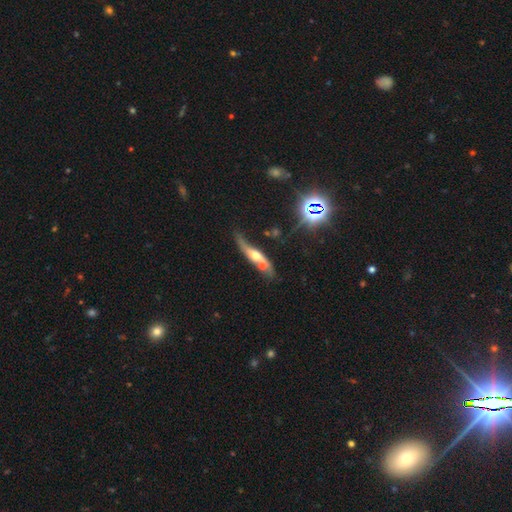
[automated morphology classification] This appears to be a featured or disk galaxy (63%) viewed edge-on (54%). Merging: none (42%).